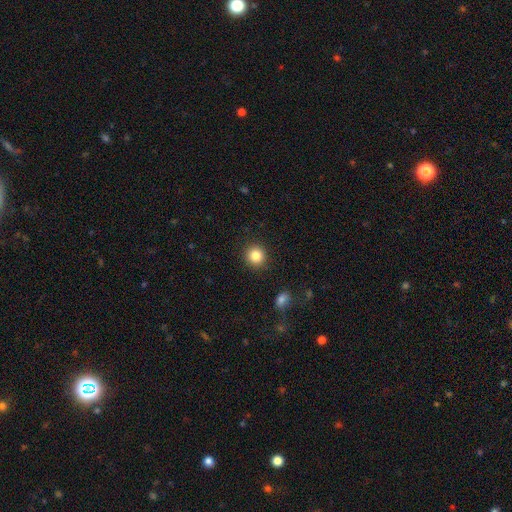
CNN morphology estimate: Smooth or featured: smooth — 85% (star or artifact — 10%)
How rounded: round — 91% (in between — 8%)
Merging: none — 91% (minor disturbance — 6%)